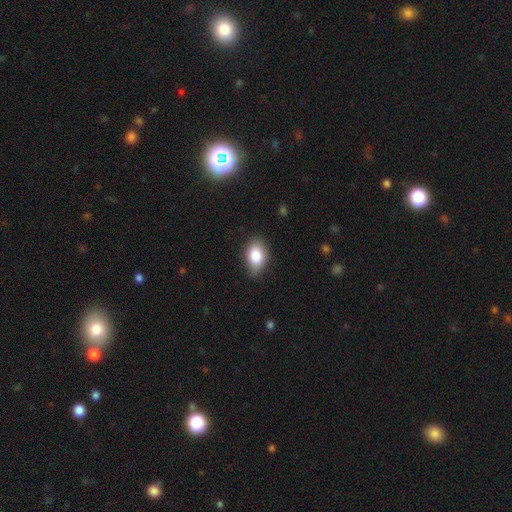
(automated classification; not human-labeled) A smooth galaxy with no disk features (83%) that is in between round and cigar-shaped (86%).

Vote fractions:
- Smooth or featured? smooth: 83% / featured or disk: 10% / star or artifact: 8%
- How rounded? in between: 86% / round: 12% / cigar-shaped: 2%
- Merging? none: 81% / minor disturbance: 15% / major disturbance: 3% / merger: 1%